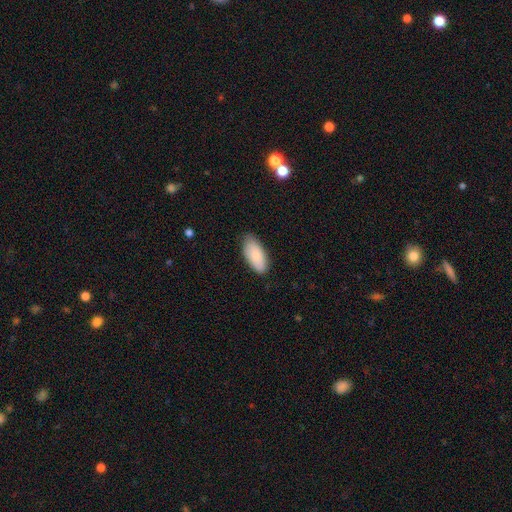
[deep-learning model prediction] smooth-or-featured: smooth: 85% | featured or disk: 9% | star or artifact: 6%
  how-rounded: in between: 91% | cigar-shaped: 7% | round: 2%
  merging: none: 77% | minor disturbance: 19% | major disturbance: 3% | merger: 1%